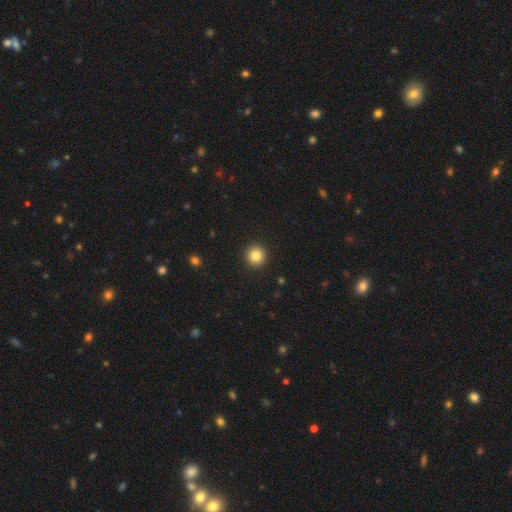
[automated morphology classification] Smooth or featured: smooth — 85% (star or artifact — 10%)
How rounded: round — 95% (in between — 4%)
Merging: none — 93% (minor disturbance — 4%)